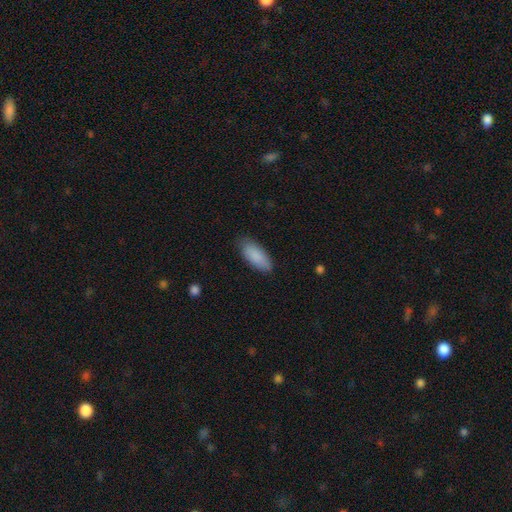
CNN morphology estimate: Overall: smooth (88%). How rounded: in between (83%). Merging: none (81%).